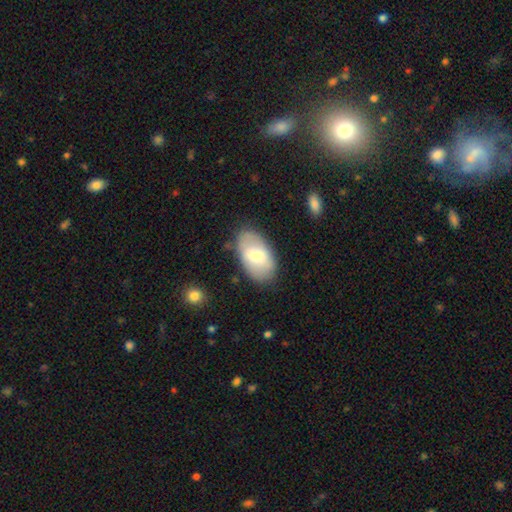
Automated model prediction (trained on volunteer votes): Q: Smooth or featured?
A: smooth (65%); runner-up: featured or disk (29%)
Q: How rounded?
A: in between (93%); runner-up: round (5%)
Q: Merging?
A: none (79%); runner-up: minor disturbance (15%)